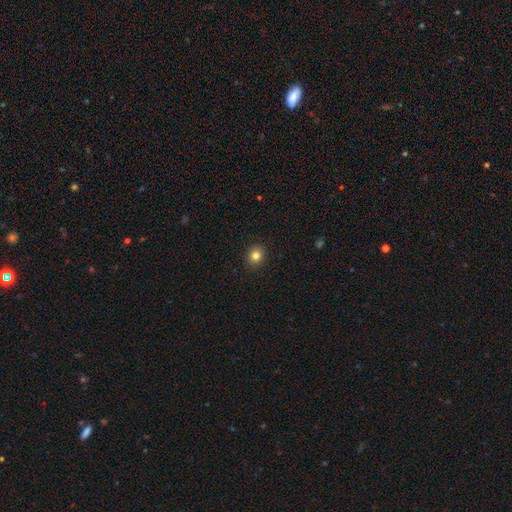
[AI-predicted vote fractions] A smooth galaxy with no disk features (82%) that is round (76%).

Vote fractions:
- Smooth or featured? smooth: 82% / star or artifact: 12% / featured or disk: 6%
- How rounded? round: 76% / in between: 23% / cigar-shaped: 1%
- Merging? none: 91% / minor disturbance: 6% / major disturbance: 2% / merger: 1%